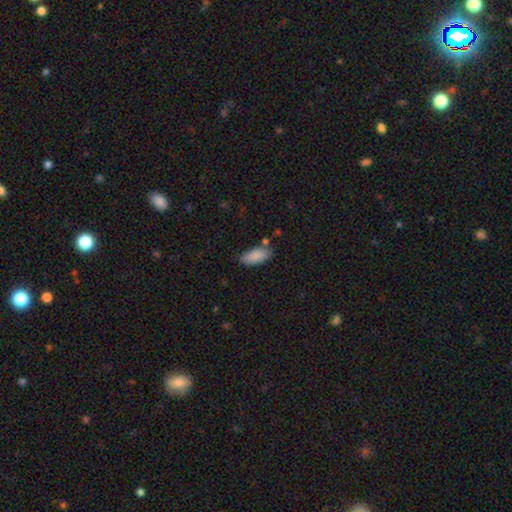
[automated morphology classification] A smooth galaxy with no disk features (88%) that is in between round and cigar-shaped (88%).

Vote fractions:
- Smooth or featured? smooth: 88% / star or artifact: 7% / featured or disk: 5%
- How rounded? in between: 88% / cigar-shaped: 10% / round: 2%
- Merging? none: 75% / minor disturbance: 16% / merger: 6% / major disturbance: 4%